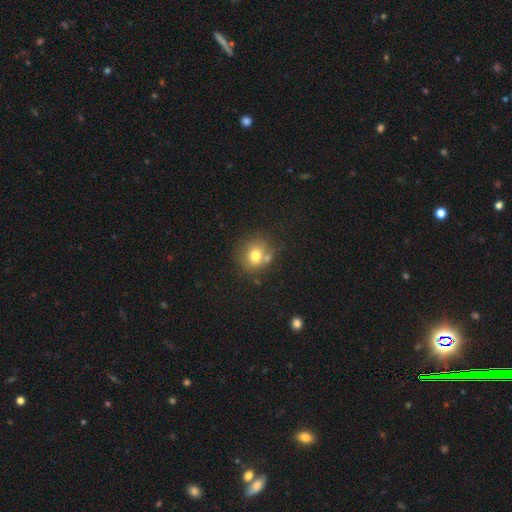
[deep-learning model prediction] Overall: smooth (74%). How rounded: round (83%). Merging: none (62%).